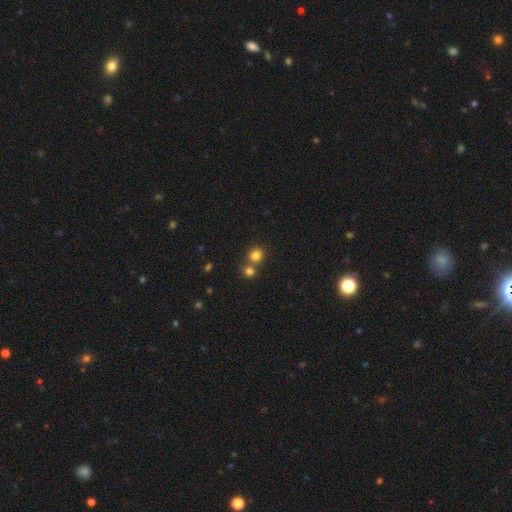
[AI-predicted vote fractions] This is clearly a smooth galaxy (80%). How rounded: clearly round (88%). Merging: likely none (60%).